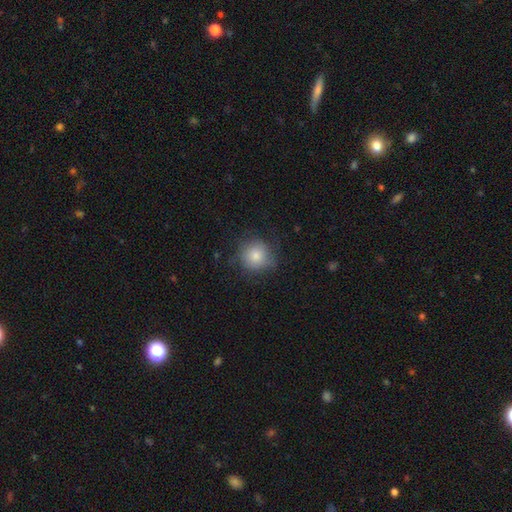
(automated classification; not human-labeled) Smooth or featured? smooth (81%)
How rounded? round (91%)
Merging? none (72%)